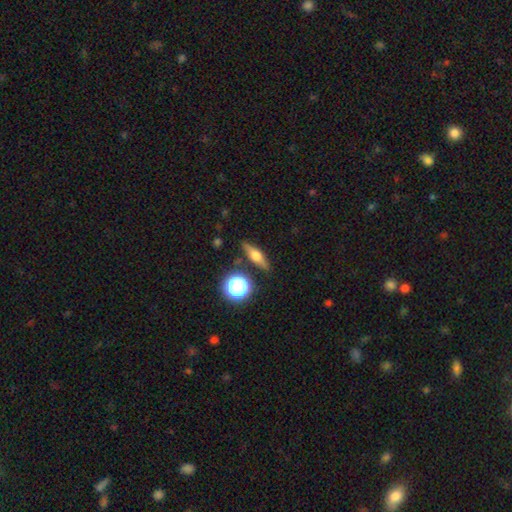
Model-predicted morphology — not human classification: Smooth or featured? Predicted: featured or disk (p=0.50). Edge-on disk? Predicted: yes (p=0.91). Merging? Predicted: none (p=0.85).